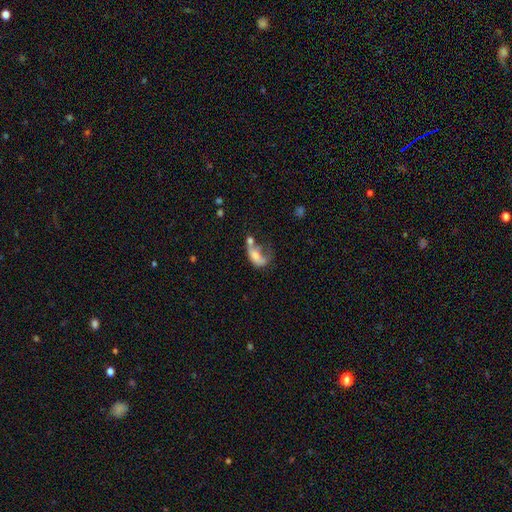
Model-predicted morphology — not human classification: smooth-or-featured: smooth: 53% | featured or disk: 37% | star or artifact: 10%
  how-rounded: in between: 83% | round: 11% | cigar-shaped: 6%
  merging: major disturbance: 39% | merger: 32% | none: 16% | minor disturbance: 13%